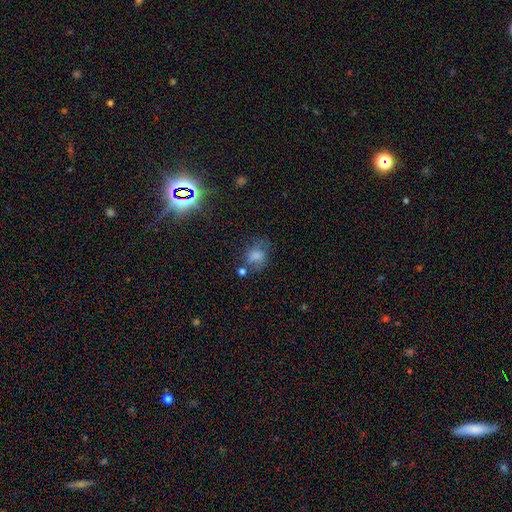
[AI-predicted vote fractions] Smooth or featured? Predicted: smooth (p=0.69). How rounded? Predicted: in between (p=0.60). Merging? Predicted: none (p=0.46).